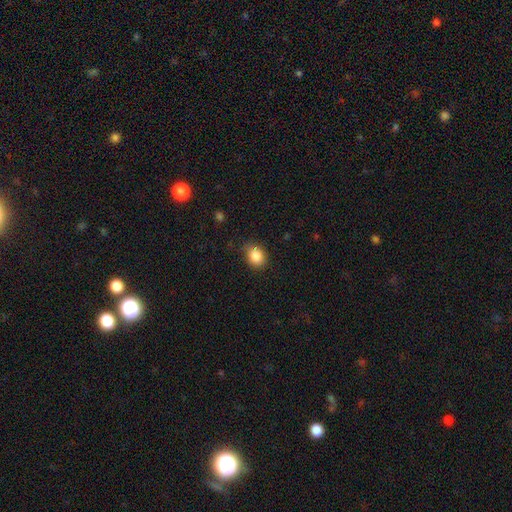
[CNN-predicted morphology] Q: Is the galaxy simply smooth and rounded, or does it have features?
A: smooth — 86%.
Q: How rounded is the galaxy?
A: in between — 51%.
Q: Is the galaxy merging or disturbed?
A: none — 76%.